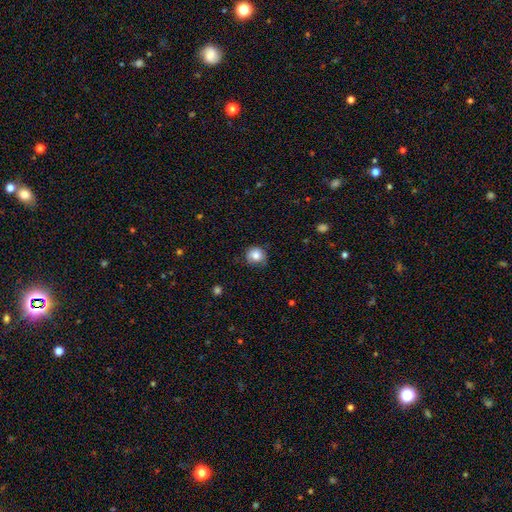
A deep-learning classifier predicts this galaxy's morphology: smooth 82%, star or artifact 10%, featured or disk 8%. Down the decision tree: how rounded — round (85%); merging — none (72%).